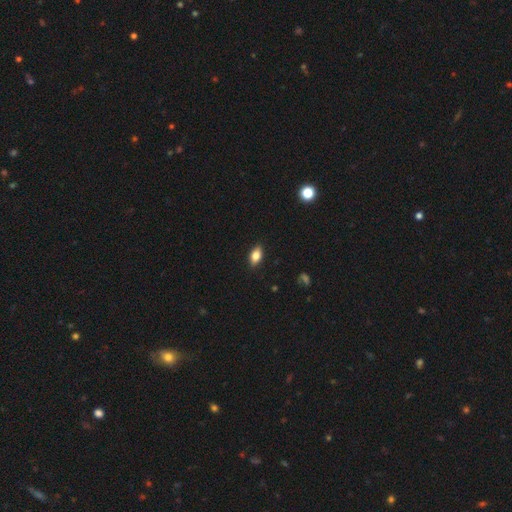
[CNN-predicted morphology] Smooth or featured? smooth (79%)
How rounded? in between (88%)
Merging? none (88%)